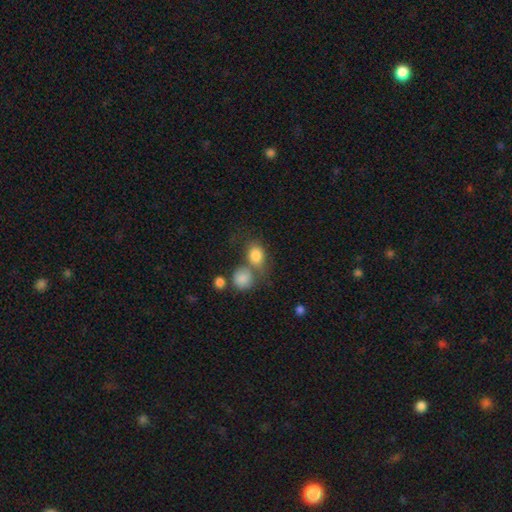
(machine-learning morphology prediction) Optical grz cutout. It shows a smooth galaxy with no disk features (82%) that is in between round and cigar-shaped (55%). Merging: none (43%).